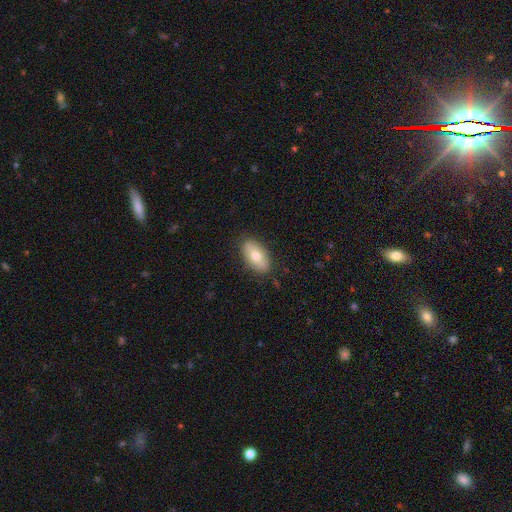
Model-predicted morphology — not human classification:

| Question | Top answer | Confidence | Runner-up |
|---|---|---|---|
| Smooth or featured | smooth | 71% | featured or disk (22%) |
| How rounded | in between | 91% | round (4%) |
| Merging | none | 85% | minor disturbance (11%) |